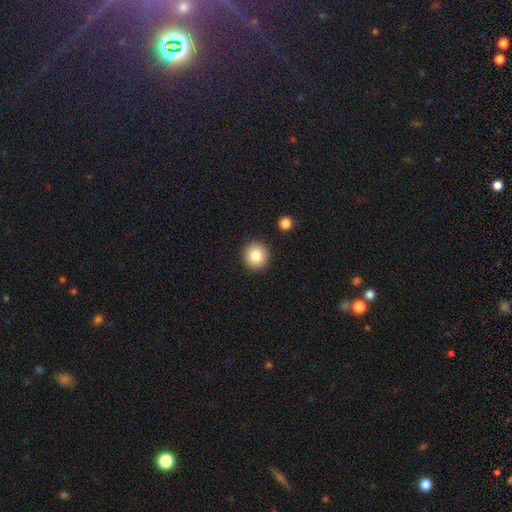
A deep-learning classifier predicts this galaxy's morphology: Overall: smooth (85%). How rounded: round (92%). Merging: none (90%).